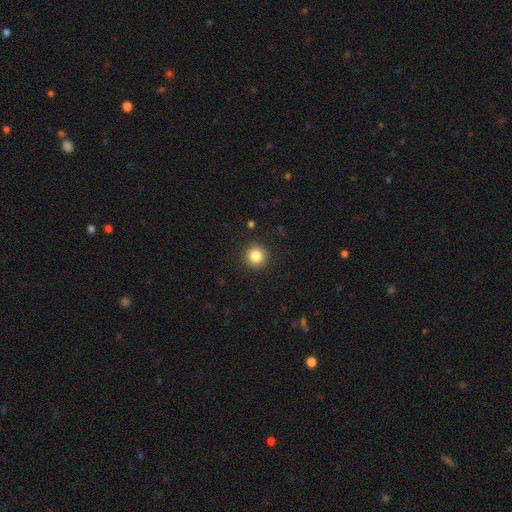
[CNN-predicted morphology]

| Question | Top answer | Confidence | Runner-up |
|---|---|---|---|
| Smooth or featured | smooth | 85% | star or artifact (10%) |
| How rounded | round | 94% | in between (5%) |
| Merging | none | 92% | minor disturbance (5%) |